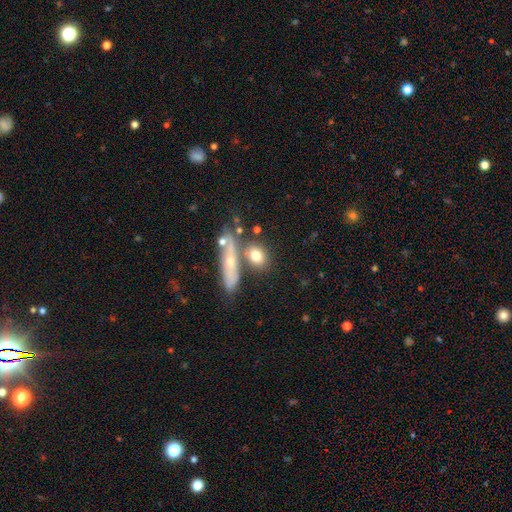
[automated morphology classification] A smooth galaxy with no disk features (70%) that is in between round and cigar-shaped (48%).

Vote fractions:
- Smooth or featured? smooth: 70% / featured or disk: 21% / star or artifact: 9%
- How rounded? in between: 48% / round: 38% / cigar-shaped: 13%
- Merging? none: 57% / merger: 25% / minor disturbance: 13% / major disturbance: 5%